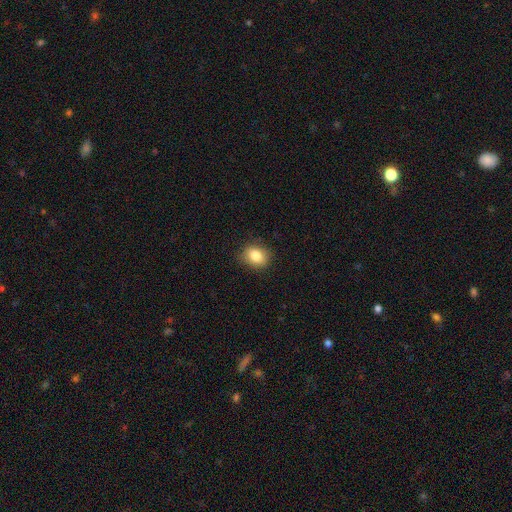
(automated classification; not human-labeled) A smooth galaxy with no disk features (83%) that is in between round and cigar-shaped (50%). Merging: none (84%).